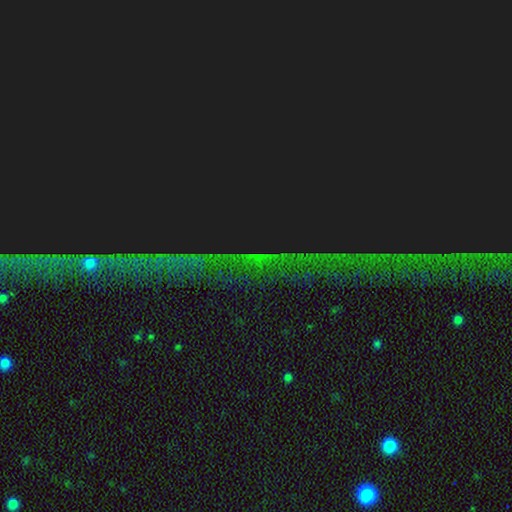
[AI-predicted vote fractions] Smooth or featured? star or artifact (86%)